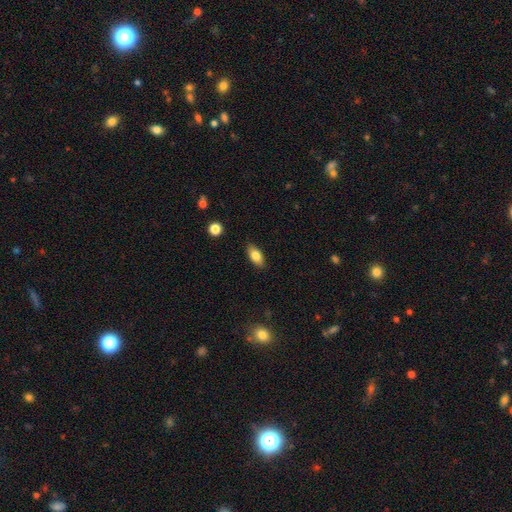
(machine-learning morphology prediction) Overall: smooth (80%). How rounded: in between (88%). Merging: none (86%).